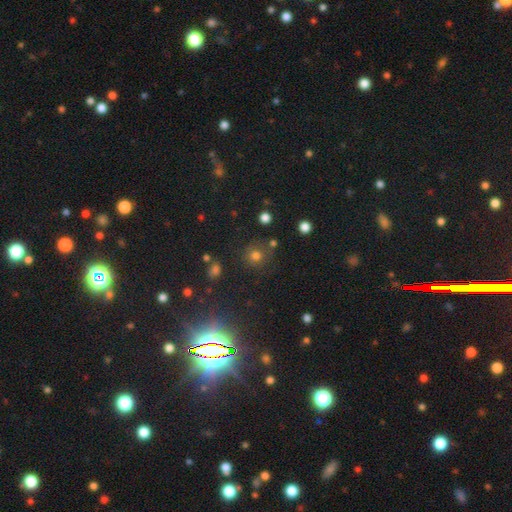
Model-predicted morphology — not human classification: This appears to be a smooth galaxy with no disk features (71%) that is round (90%). Merging: none (75%).